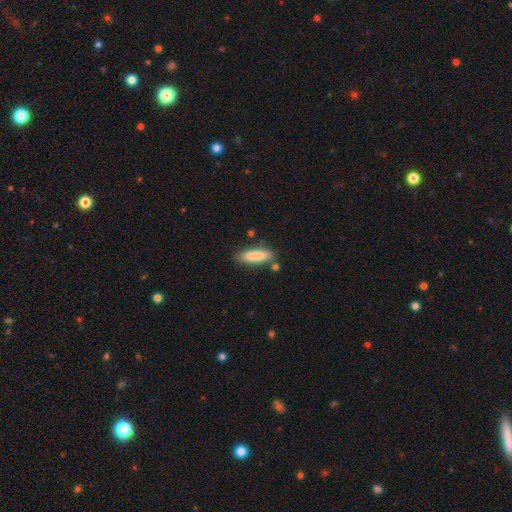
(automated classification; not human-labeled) smooth 85%, featured or disk 9%, star or artifact 6%. Down the decision tree: how rounded — cigar-shaped (63%); merging — none (79%).